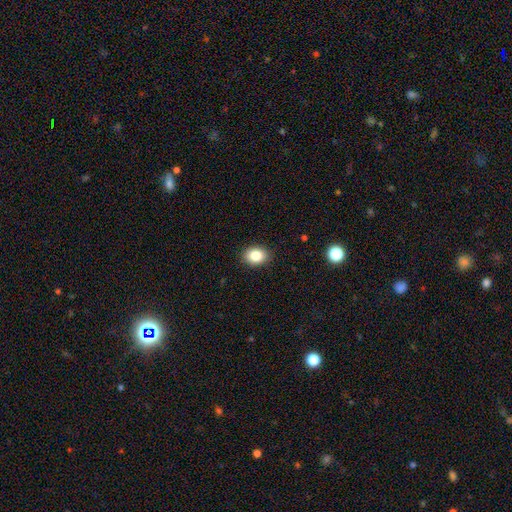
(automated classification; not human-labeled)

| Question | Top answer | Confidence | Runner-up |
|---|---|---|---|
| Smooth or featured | smooth | 85% | star or artifact (9%) |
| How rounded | in between | 63% | round (36%) |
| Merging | none | 88% | minor disturbance (8%) |